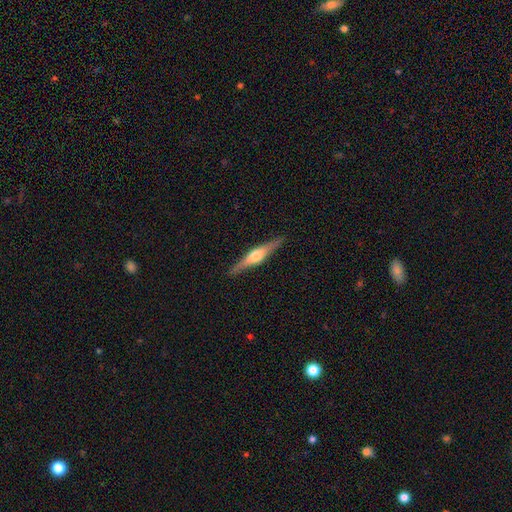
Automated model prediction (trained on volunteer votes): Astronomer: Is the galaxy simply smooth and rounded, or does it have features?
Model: featured or disk — 73%.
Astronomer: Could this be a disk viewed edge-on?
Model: yes — 97%.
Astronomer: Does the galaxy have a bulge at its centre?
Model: rounded — 86%.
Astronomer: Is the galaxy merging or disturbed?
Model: none — 90%.